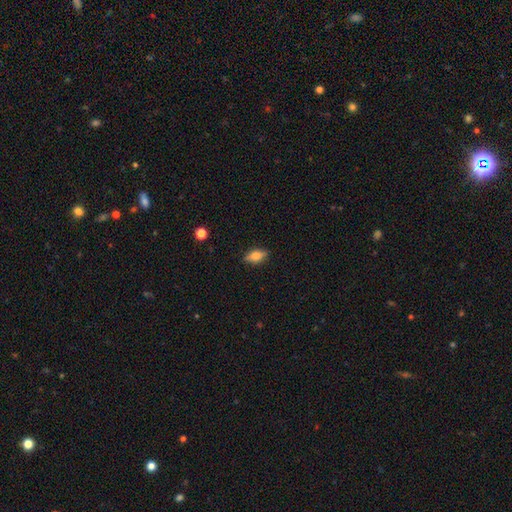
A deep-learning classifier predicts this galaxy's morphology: A smooth galaxy with no disk features (66%) that is in between round and cigar-shaped (79%).

Vote fractions:
- Smooth or featured? smooth: 66% / featured or disk: 25% / star or artifact: 9%
- How rounded? in between: 79% / cigar-shaped: 15% / round: 6%
- Merging? none: 84% / minor disturbance: 12% / major disturbance: 3% / merger: 1%